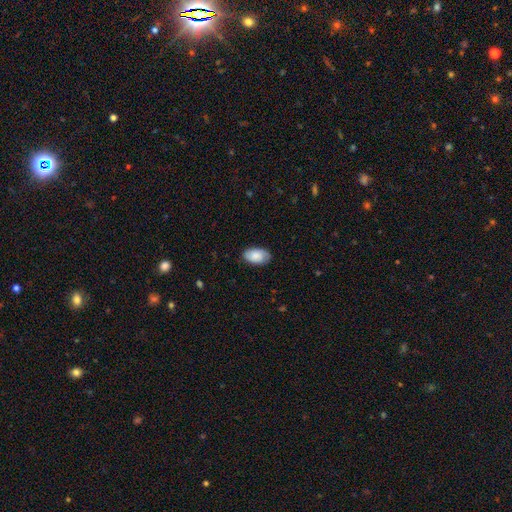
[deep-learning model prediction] Q: Smooth or featured?
A: smooth (82%); runner-up: featured or disk (12%)
Q: How rounded?
A: in between (95%); runner-up: round (4%)
Q: Merging?
A: none (84%); runner-up: minor disturbance (13%)